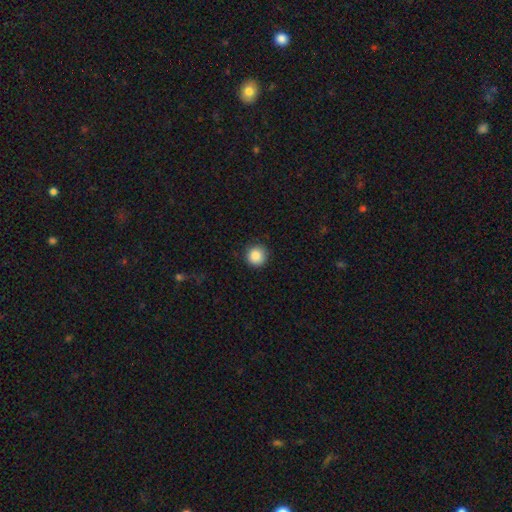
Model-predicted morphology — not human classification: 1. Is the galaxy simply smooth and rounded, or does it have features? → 87% smooth, 9% star or artifact, 4% featured or disk.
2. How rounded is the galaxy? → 95% round, 4% in between, 1% cigar-shaped.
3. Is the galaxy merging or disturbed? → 89% none, 8% minor disturbance, 2% major disturbance, 1% merger.